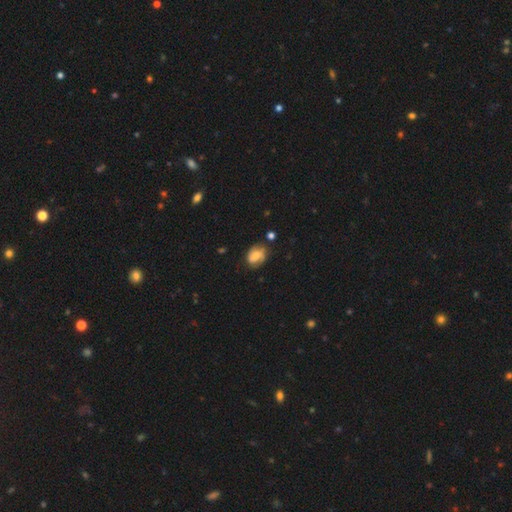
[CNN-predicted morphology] smooth 50%, featured or disk 42%, star or artifact 9%. Down the decision tree: merging — none (63%).